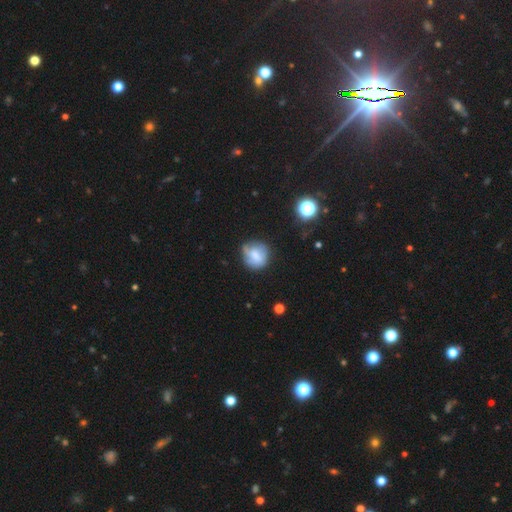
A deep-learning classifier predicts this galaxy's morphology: smooth 58%, featured or disk 32%, star or artifact 10%. Down the decision tree: how rounded — round (79%); merging — none (58%).